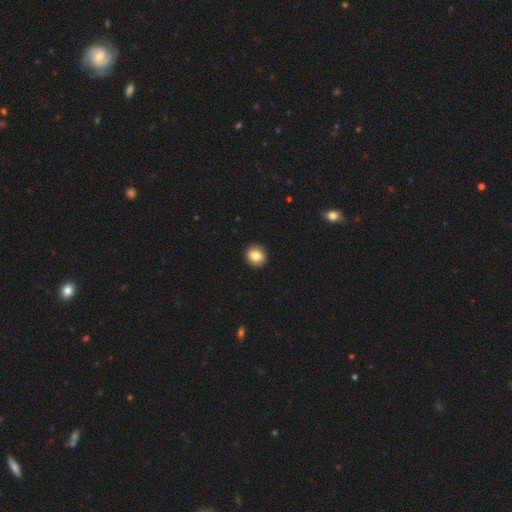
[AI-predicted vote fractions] A smooth galaxy with no disk features (83%) that is round (89%).

Vote fractions:
- Smooth or featured? smooth: 83% / star or artifact: 9% / featured or disk: 8%
- How rounded? round: 89% / in between: 10% / cigar-shaped: 1%
- Merging? none: 93% / minor disturbance: 4% / major disturbance: 1% / merger: 1%